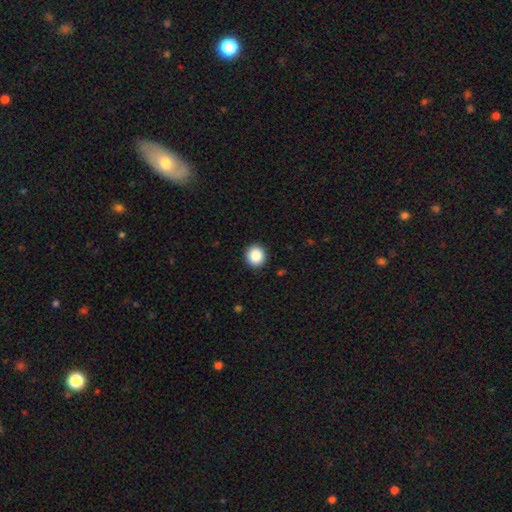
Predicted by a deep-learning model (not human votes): Smooth or featured: smooth — 88% (star or artifact — 9%)
How rounded: round — 87% (in between — 12%)
Merging: none — 91% (minor disturbance — 6%)